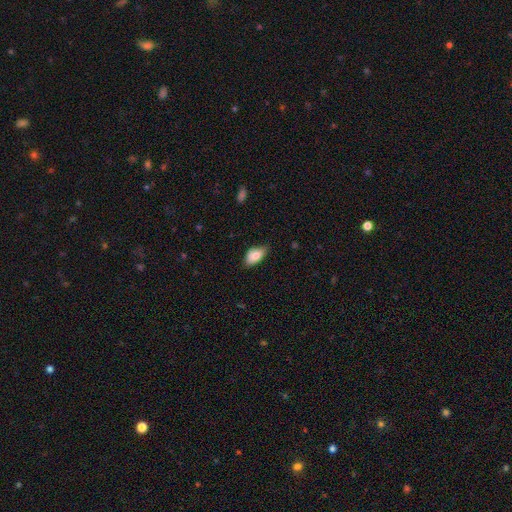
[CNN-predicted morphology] Smooth or featured?
  - smooth: 80% *
  - featured or disk: 13%
  - star or artifact: 7%
How rounded?
  - in between: 92% *
  - round: 4%
  - cigar-shaped: 3%
Merging?
  - none: 66% *
  - minor disturbance: 28%
  - major disturbance: 4%
  - merger: 1%